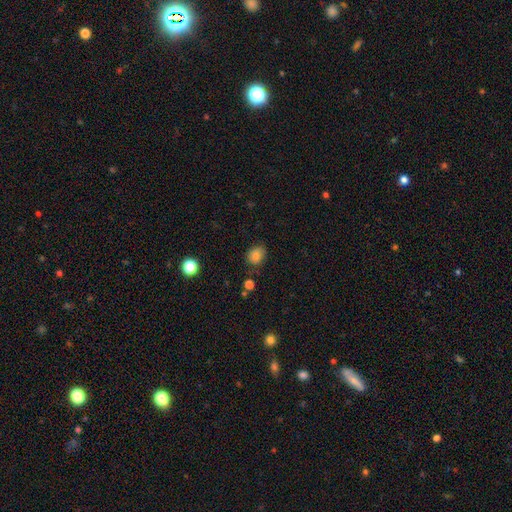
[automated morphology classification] This appears to be a smooth galaxy with no disk features (81%) that is round (50%). Merging: none (77%).